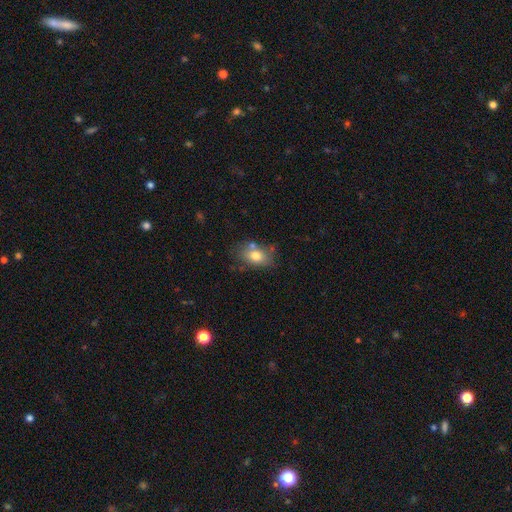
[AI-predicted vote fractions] This is likely a smooth galaxy (74%). How rounded: likely in between (79%). Merging: likely none (61%).